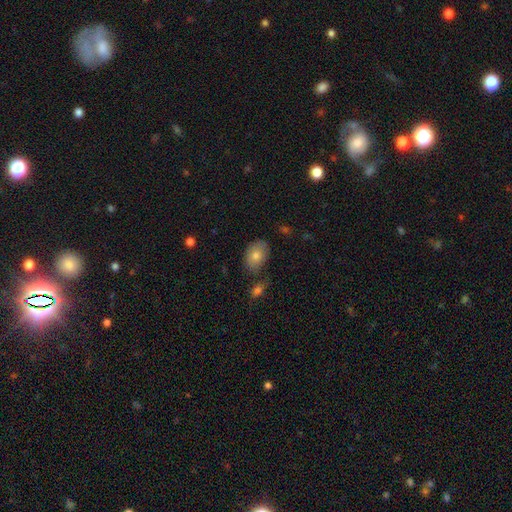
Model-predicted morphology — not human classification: Smooth or featured: smooth — 78% (featured or disk — 15%)
How rounded: in between — 84% (round — 15%)
Merging: none — 72% (minor disturbance — 17%)